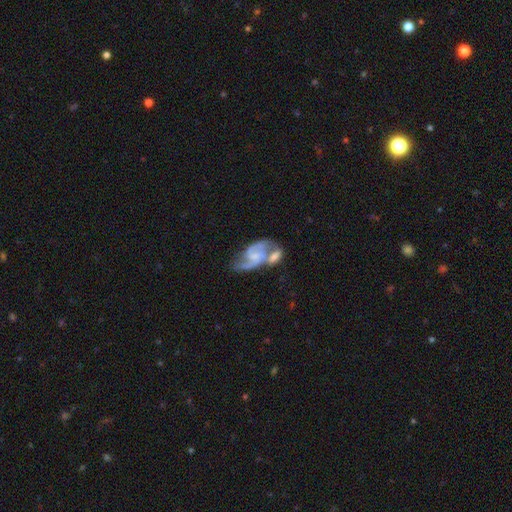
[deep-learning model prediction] Smooth or featured?
  - featured or disk: 84% *
  - smooth: 11%
  - star or artifact: 5%
Edge-on disk?
  - no: 97% *
  - yes: 3%
Bar?
  - weak: 44% * (tied)
  - no: 44% * (tied)
  - strong: 12%
Spiral arms?
  - yes: 94% *
  - no: 6%
Spiral winding?
  - loose: 45% *
  - medium: 44%
  - tight: 11%
Spiral arm count?
  - 2: 88% *
  - can't tell: 4%
  - 1: 3%
  - 3: 2%
  - 4: 1%
  - more than 4: 1%
Bulge size?
  - small: 57% *
  - moderate: 21%
  - none: 19%
  - large: 2%
  - dominant: 1%
Merging?
  - merger: 53% *
  - none: 24%
  - minor disturbance: 13%
  - major disturbance: 11%